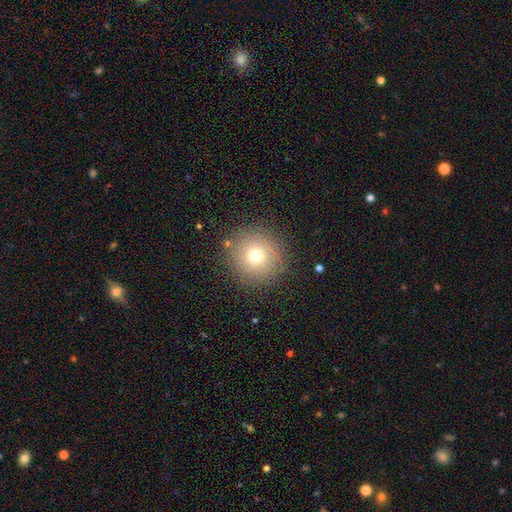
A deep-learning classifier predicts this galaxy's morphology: smooth-or-featured: smooth: 71% | star or artifact: 16% | featured or disk: 13%
  how-rounded: round: 94% | in between: 5% | cigar-shaped: 1%
  merging: none: 87% | minor disturbance: 8% | major disturbance: 4% | merger: 2%